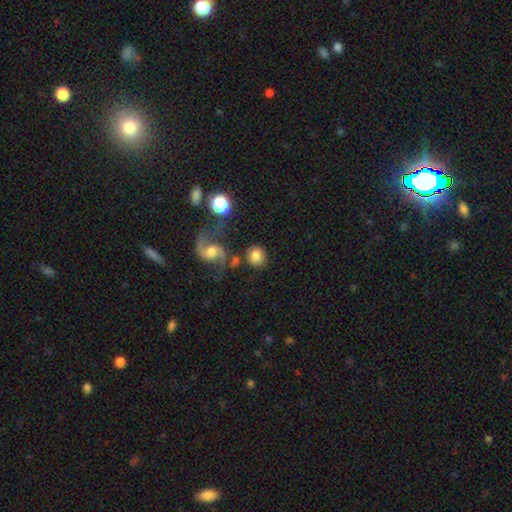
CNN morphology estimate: Smooth or featured: smooth — 75% (featured or disk — 16%)
How rounded: round — 79% (in between — 20%)
Merging: none — 74% (minor disturbance — 11%)